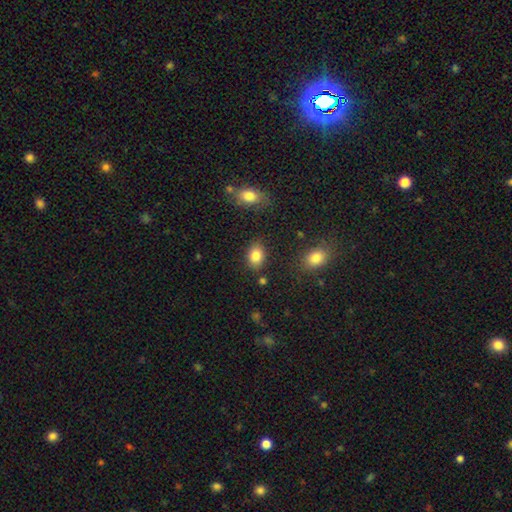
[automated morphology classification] smooth-or-featured: smooth: 84% | star or artifact: 9% | featured or disk: 7%
  how-rounded: in between: 76% | round: 22% | cigar-shaped: 1%
  merging: none: 83% | minor disturbance: 11% | merger: 3% | major disturbance: 3%